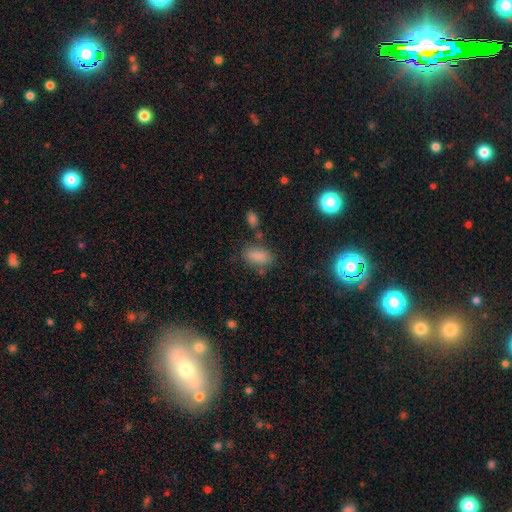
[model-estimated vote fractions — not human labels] This is likely a smooth galaxy (79%). How rounded: clearly in between (86%). Merging: likely none (75%).